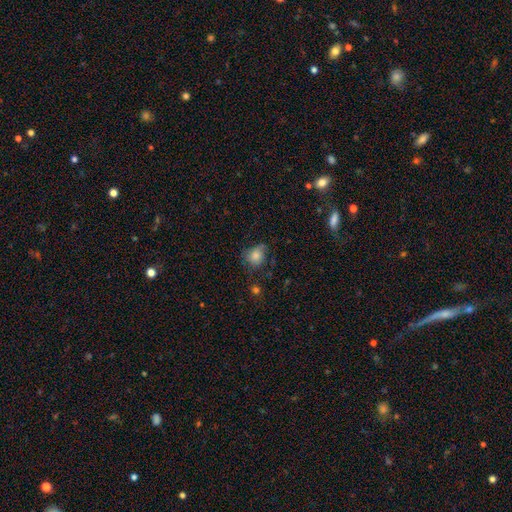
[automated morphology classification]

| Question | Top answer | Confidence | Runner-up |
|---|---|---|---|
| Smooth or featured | smooth | 80% | star or artifact (10%) |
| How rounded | round | 63% | in between (36%) |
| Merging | none | 55% | minor disturbance (31%) |